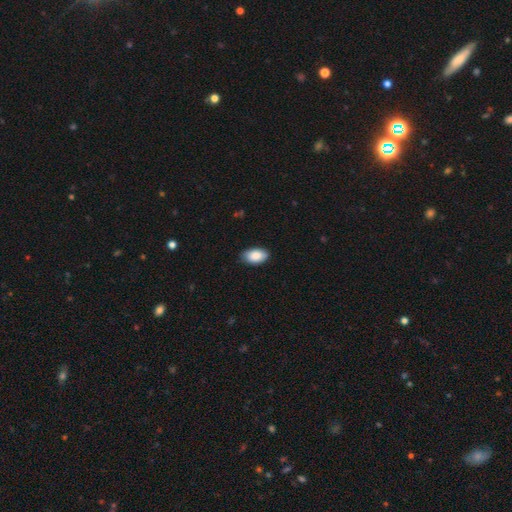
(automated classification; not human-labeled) Morphology: type=smooth (88%); roundness=in between (93%); merging=none (84%).